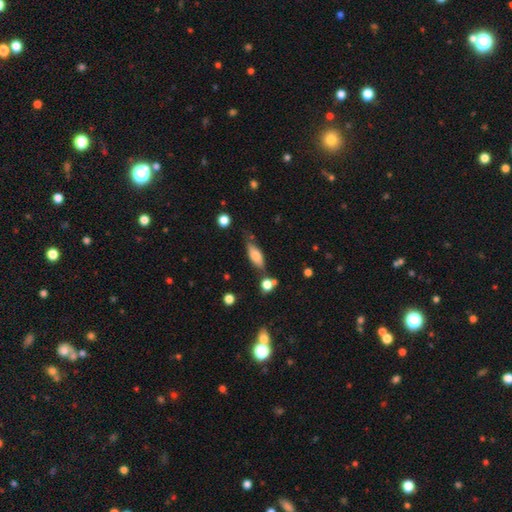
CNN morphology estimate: smooth-or-featured: smooth: 69% | featured or disk: 23% | star or artifact: 8%
  how-rounded: in between: 69% | cigar-shaped: 28% | round: 3%
  merging: none: 63% | minor disturbance: 22% | merger: 9% | major disturbance: 6%